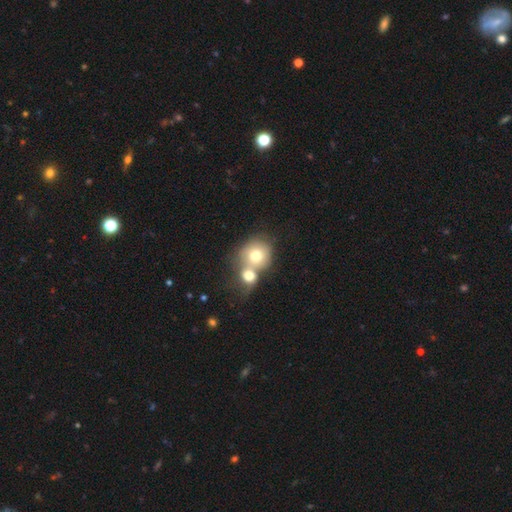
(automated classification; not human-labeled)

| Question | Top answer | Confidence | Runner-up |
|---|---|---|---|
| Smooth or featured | smooth | 72% | featured or disk (18%) |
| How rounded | round | 78% | in between (21%) |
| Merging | merger | 63% | none (26%) |